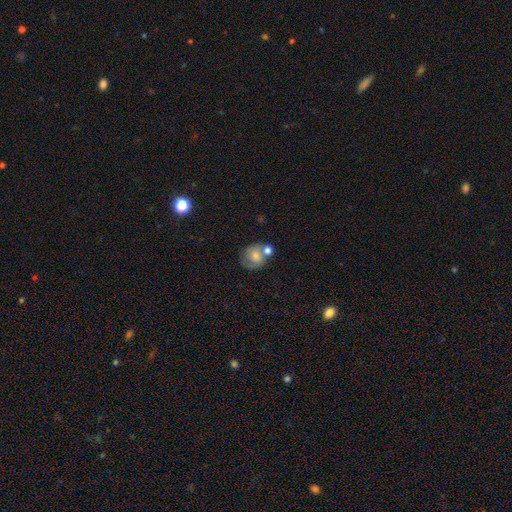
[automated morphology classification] smooth-or-featured: smooth: 53% | featured or disk: 38% | star or artifact: 8%
  how-rounded: round: 73% | in between: 26% | cigar-shaped: 1%
  merging: none: 43% | merger: 33% | minor disturbance: 16% | major disturbance: 7%